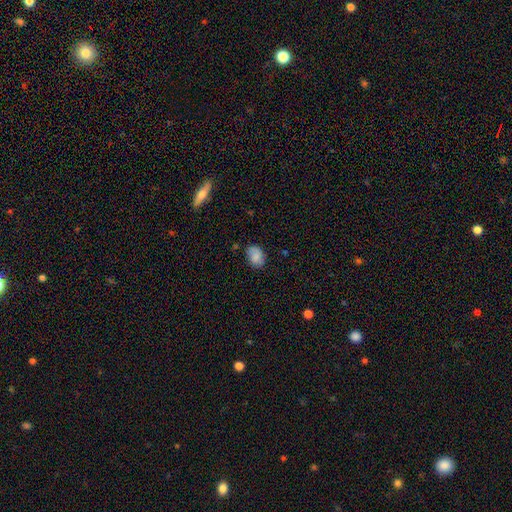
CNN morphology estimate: Smooth or featured? smooth (79%)
How rounded? in between (74%)
Merging? none (71%)